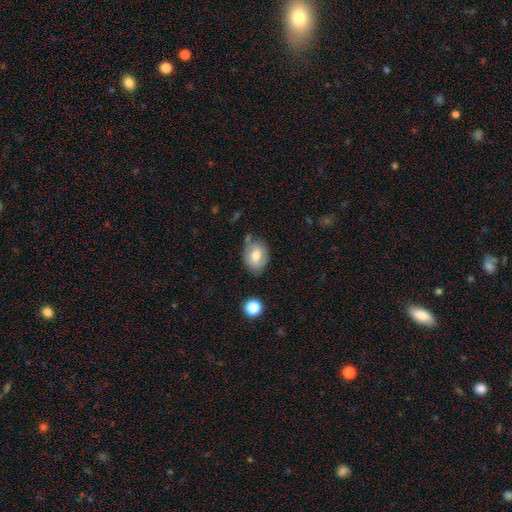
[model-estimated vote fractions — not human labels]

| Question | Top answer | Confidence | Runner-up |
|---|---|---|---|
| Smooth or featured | smooth | 67% | featured or disk (25%) |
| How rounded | in between | 63% | round (36%) |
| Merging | none | 65% | minor disturbance (23%) |